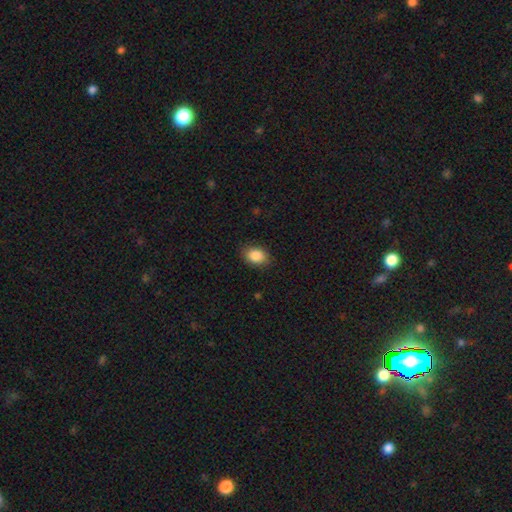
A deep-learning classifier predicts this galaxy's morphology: A smooth galaxy with no disk features (88%) that is in between round and cigar-shaped (73%).

Vote fractions:
- Smooth or featured? smooth: 88% / star or artifact: 8% / featured or disk: 4%
- How rounded? in between: 73% / round: 26% / cigar-shaped: 1%
- Merging? none: 85% / minor disturbance: 12% / major disturbance: 3% / merger: 1%